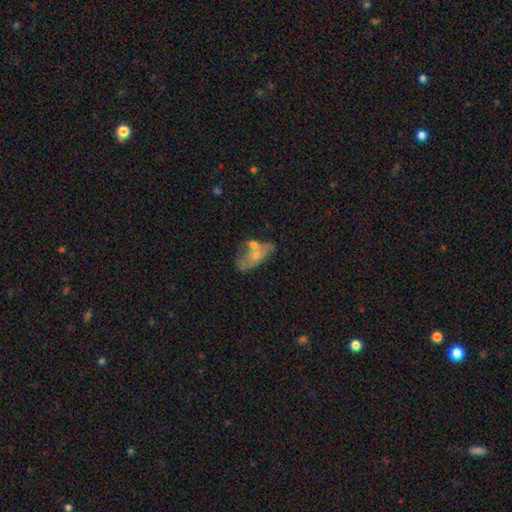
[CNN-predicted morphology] smooth-or-featured: smooth: 51% | featured or disk: 41% | star or artifact: 9%
  how-rounded: in between: 79% | cigar-shaped: 14% | round: 7%
  merging: merger: 39% | none: 31% | minor disturbance: 18% | major disturbance: 12%